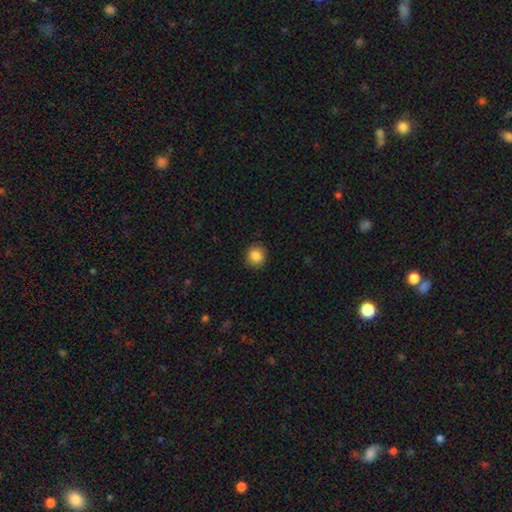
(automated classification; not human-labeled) This is clearly a smooth galaxy (85%). How rounded: clearly round (89%). Merging: clearly none (90%).